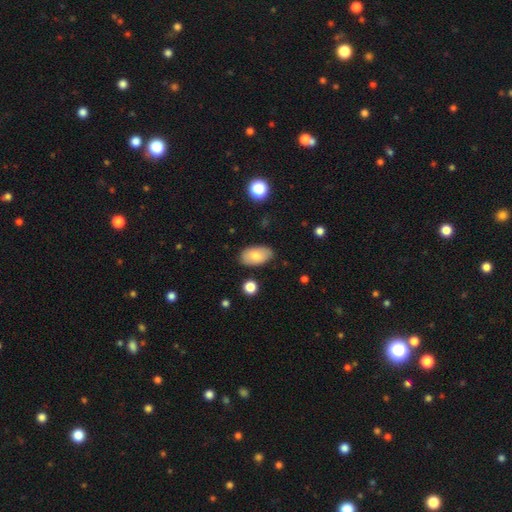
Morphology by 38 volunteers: Q: Smooth or featured?
A: smooth (71%); runner-up: featured or disk (24%)
Q: How rounded?
A: in between (100%)
Q: Merging?
A: none (81%); runner-up: minor disturbance (17%)